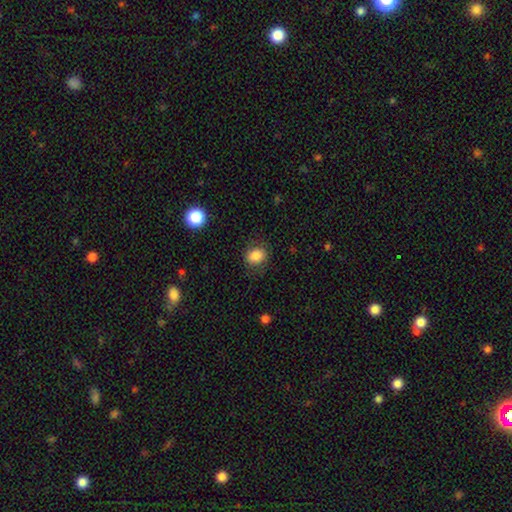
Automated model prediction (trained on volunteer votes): A smooth galaxy with no disk features (84%) that is round (52%). Merging: none (81%).